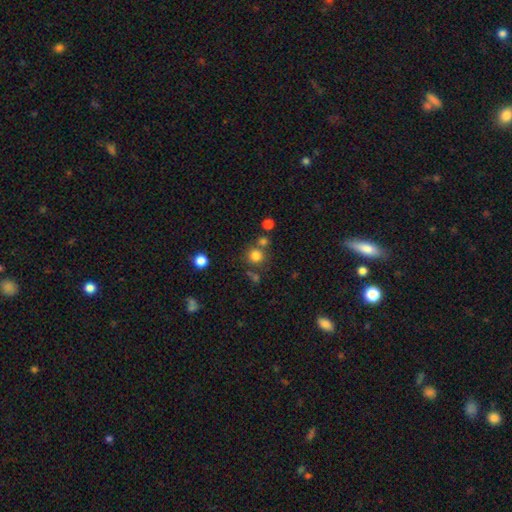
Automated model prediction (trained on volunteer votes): smooth_or_featured: smooth (p=0.78) [alt: star or artifact p=0.15]
how_rounded: round (p=0.92) [alt: in between p=0.07]
merging: none (p=0.70) [alt: merger p=0.17]